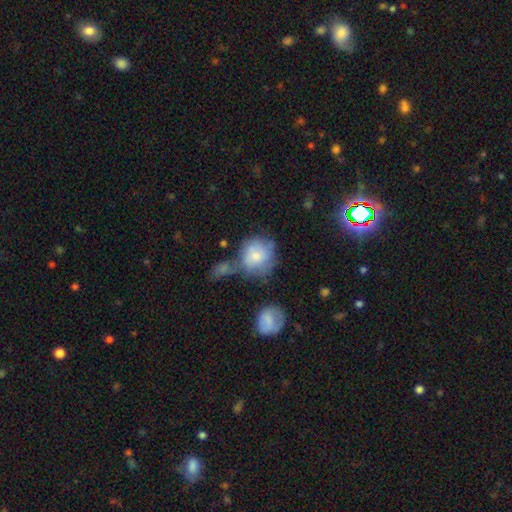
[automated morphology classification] This appears to be a smooth galaxy with no disk features (69%) that is round (80%). Merging: none (36%).